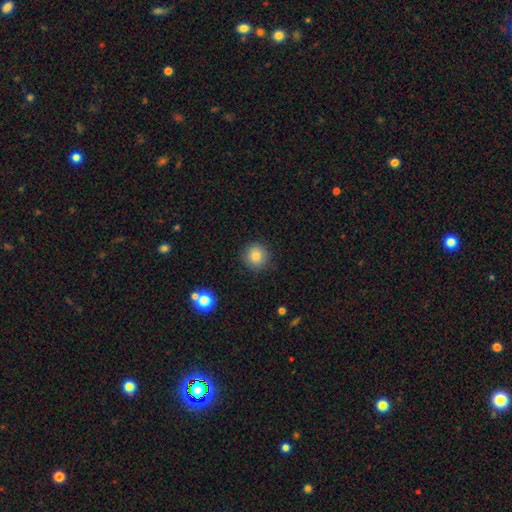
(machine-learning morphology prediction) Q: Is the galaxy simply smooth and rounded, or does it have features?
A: smooth — 83%.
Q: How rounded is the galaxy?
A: round — 93%.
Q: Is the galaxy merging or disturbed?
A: none — 88%.